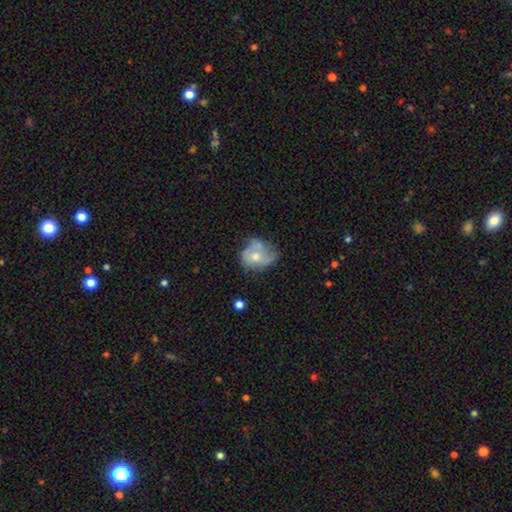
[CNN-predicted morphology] Overall: smooth (49%; featured or disk 42%). Merging: minor disturbance (32%; none 31%).